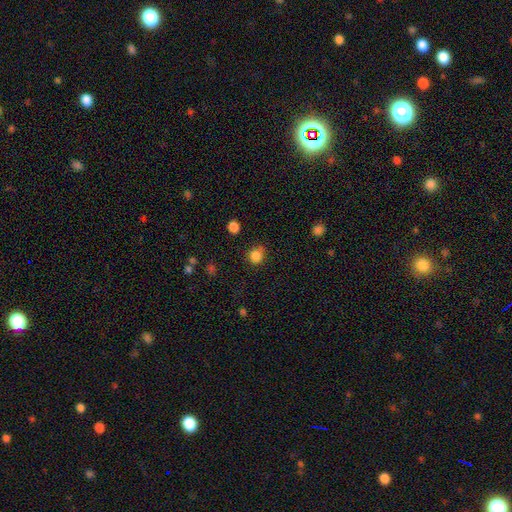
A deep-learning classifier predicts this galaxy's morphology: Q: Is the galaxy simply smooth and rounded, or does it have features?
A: smooth — 83%.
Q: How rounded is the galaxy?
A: round — 84%.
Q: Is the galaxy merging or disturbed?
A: none — 71%.